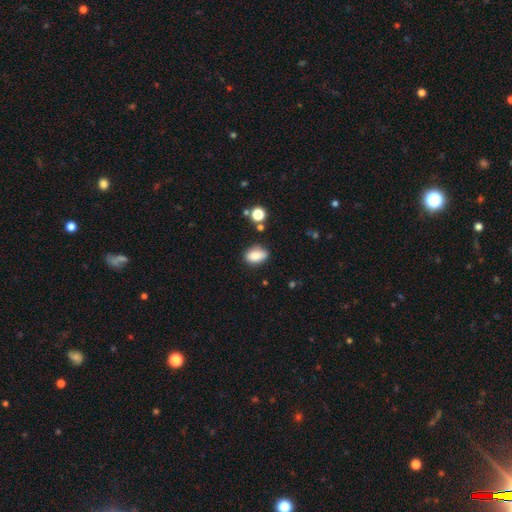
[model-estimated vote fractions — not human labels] Smooth or featured? Predicted: smooth (p=0.84). How rounded? Predicted: in between (p=0.84). Merging? Predicted: none (p=0.73).